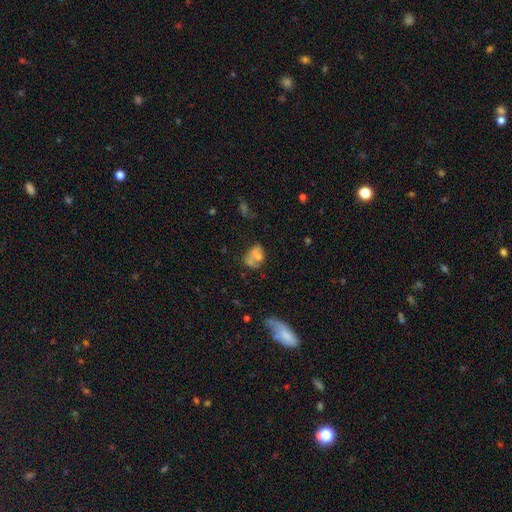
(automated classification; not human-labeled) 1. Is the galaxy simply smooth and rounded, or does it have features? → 56% smooth, 30% featured or disk, 14% star or artifact.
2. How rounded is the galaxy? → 65% in between, 34% round, 2% cigar-shaped.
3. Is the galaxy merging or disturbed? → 32% merger, 31% none, 19% minor disturbance, 18% major disturbance.